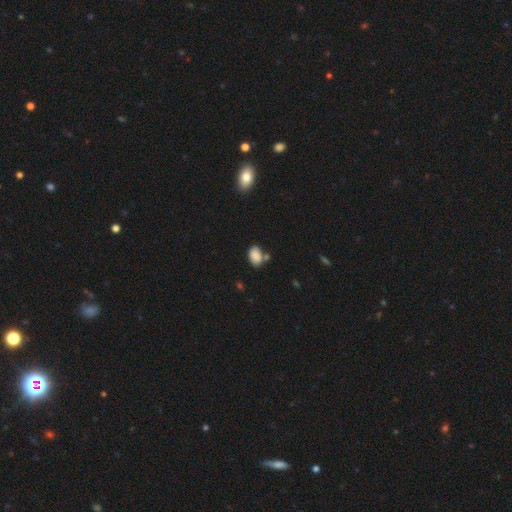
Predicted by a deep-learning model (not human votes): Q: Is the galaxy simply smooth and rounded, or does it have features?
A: smooth — 86%.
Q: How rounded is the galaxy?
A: in between — 85%.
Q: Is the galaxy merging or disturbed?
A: none — 58%.